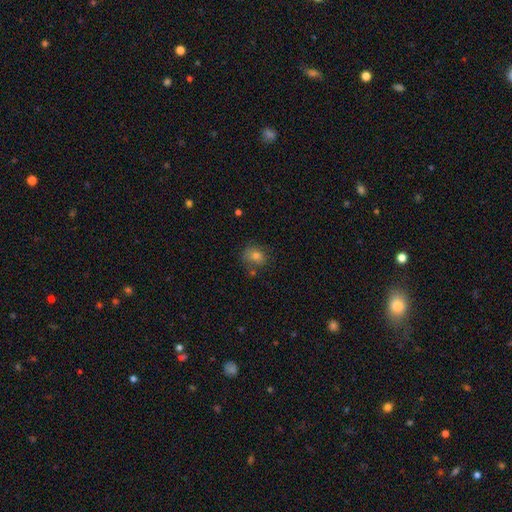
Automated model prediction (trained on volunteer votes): The model was most divided on "how rounded": round: 58%, in between: 41%, cigar-shaped: 1%. More confident: smooth or featured — smooth (72%); merging — none (67%).